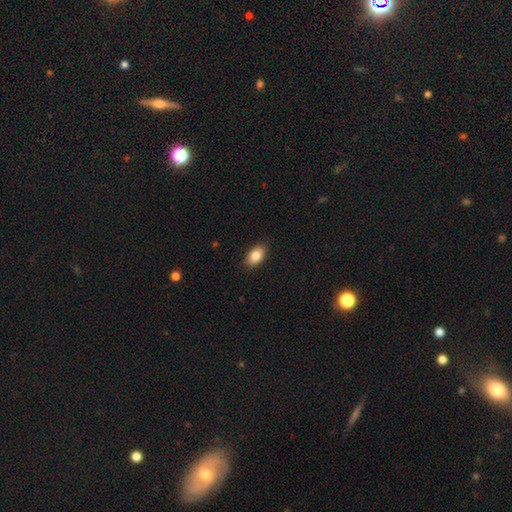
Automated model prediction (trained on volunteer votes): Smooth or featured: smooth — 84% (featured or disk — 9%)
How rounded: in between — 90% (round — 8%)
Merging: none — 88% (minor disturbance — 10%)